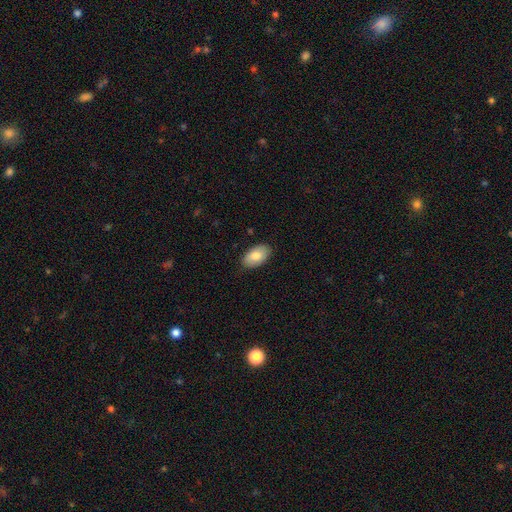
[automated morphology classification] Overall: smooth (81%). How rounded: in between (94%). Merging: none (86%).